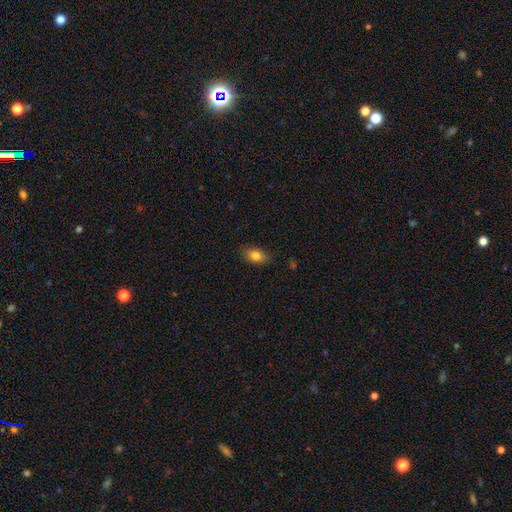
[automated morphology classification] smooth-or-featured: smooth: 81% | featured or disk: 10% | star or artifact: 9%
  how-rounded: in between: 85% | round: 13% | cigar-shaped: 3%
  merging: none: 84% | minor disturbance: 13% | major disturbance: 2% | merger: 1%